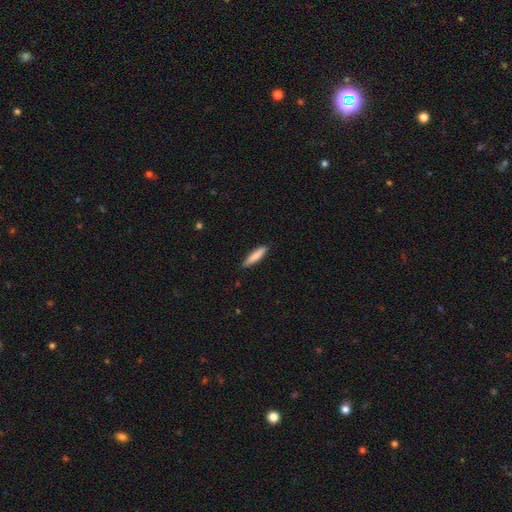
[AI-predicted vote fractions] This is clearly a smooth galaxy (84%). How rounded: likely cigar-shaped (78%). Merging: clearly none (86%).